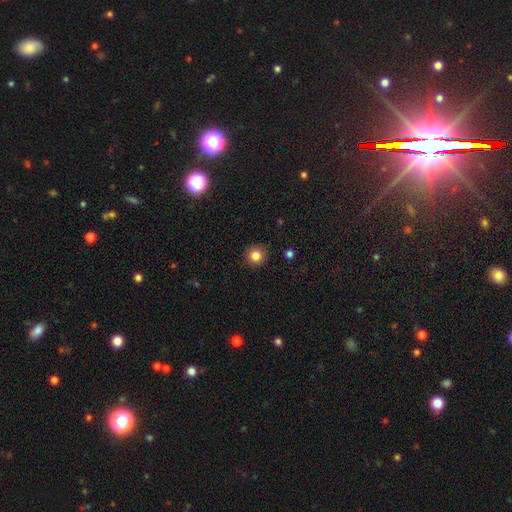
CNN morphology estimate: Smooth or featured? smooth (84%)
How rounded? round (94%)
Merging? none (91%)